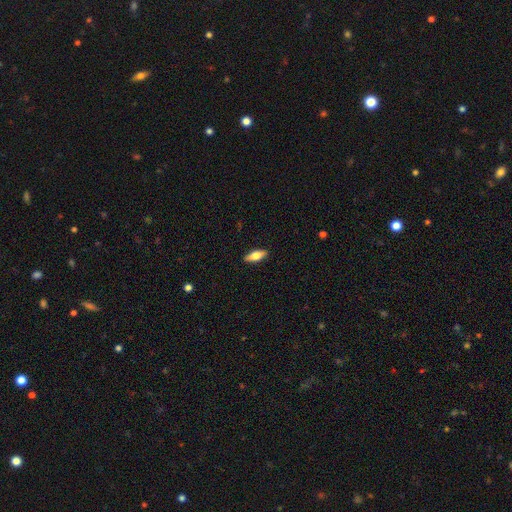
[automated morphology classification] Smooth or featured? Predicted: smooth (p=0.65). How rounded? Predicted: in between (p=0.70). Merging? Predicted: none (p=0.89).